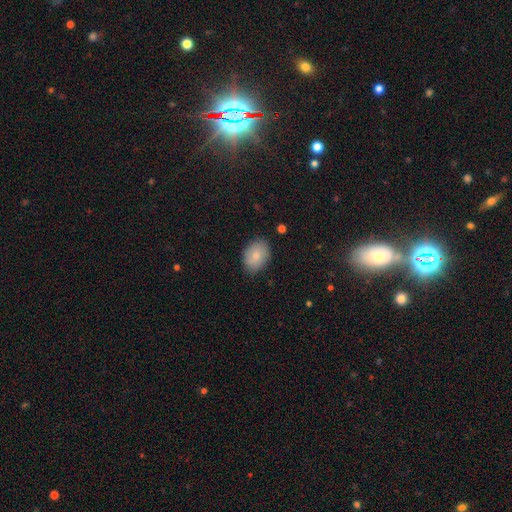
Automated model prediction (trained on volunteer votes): This is likely a smooth galaxy (80%). How rounded: likely in between (75%). Merging: clearly none (80%).